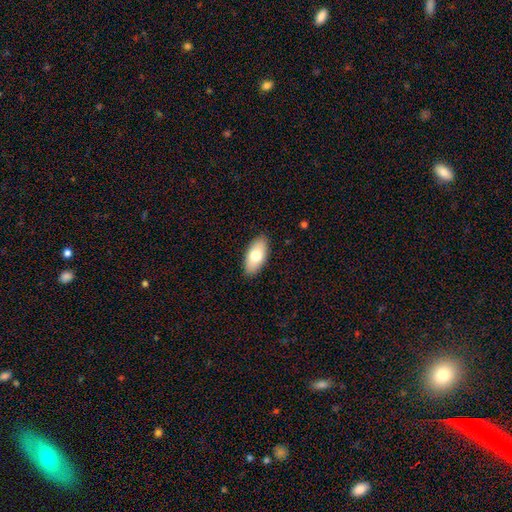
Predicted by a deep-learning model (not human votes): Smooth or featured: smooth — 75% (featured or disk — 19%)
How rounded: in between — 92% (cigar-shaped — 5%)
Merging: none — 89% (minor disturbance — 8%)